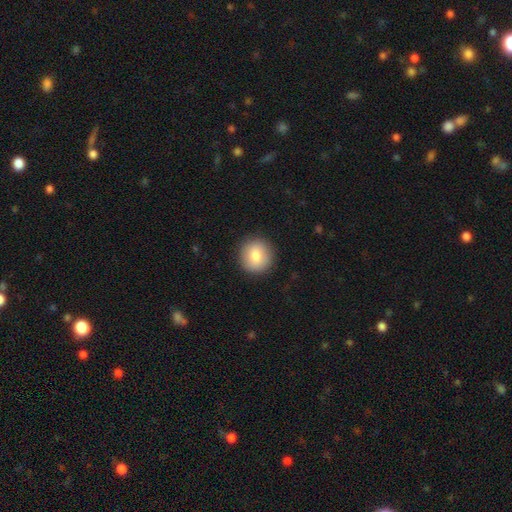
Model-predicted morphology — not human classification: Smooth or featured? smooth (81%)
How rounded? round (93%)
Merging? none (91%)